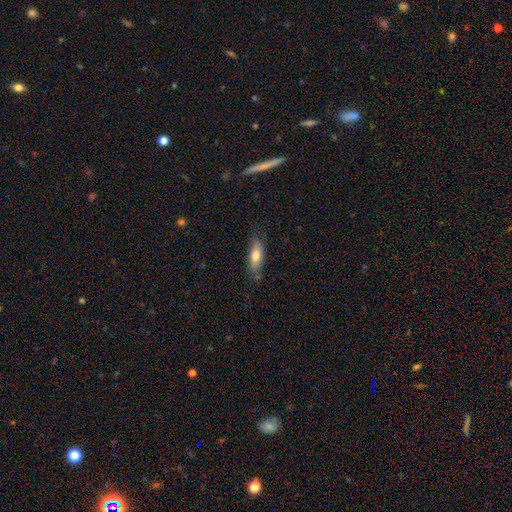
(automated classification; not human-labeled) Smooth or featured? Predicted: smooth (p=0.74). How rounded? Predicted: in between (p=0.66). Merging? Predicted: none (p=0.75).